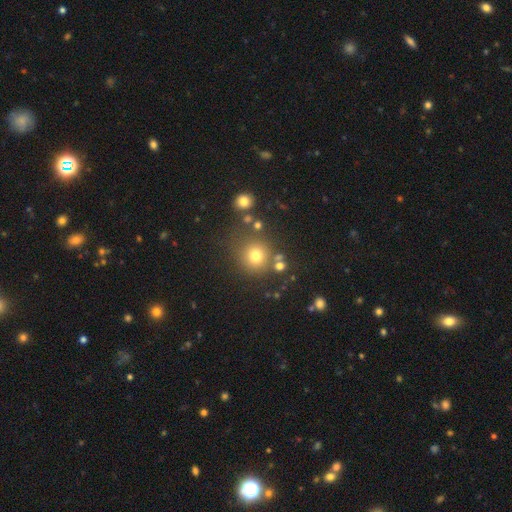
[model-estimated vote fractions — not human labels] This is likely a smooth galaxy (75%). How rounded: clearly round (91%). Merging: likely none (76%).